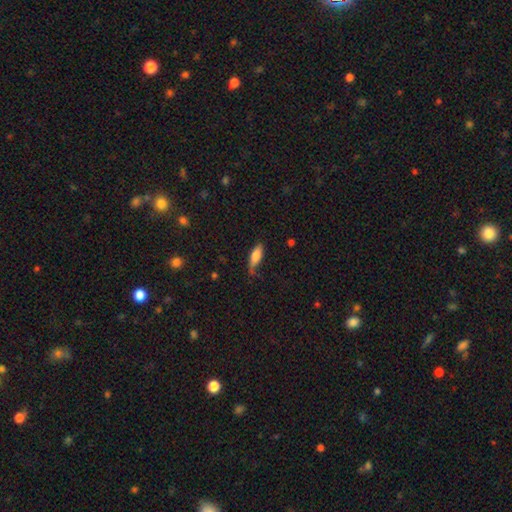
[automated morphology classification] smooth_or_featured: smooth (p=0.76) [alt: featured or disk p=0.17]
how_rounded: in between (p=0.67) [alt: cigar-shaped p=0.31]
merging: none (p=0.54) [alt: minor disturbance p=0.33]